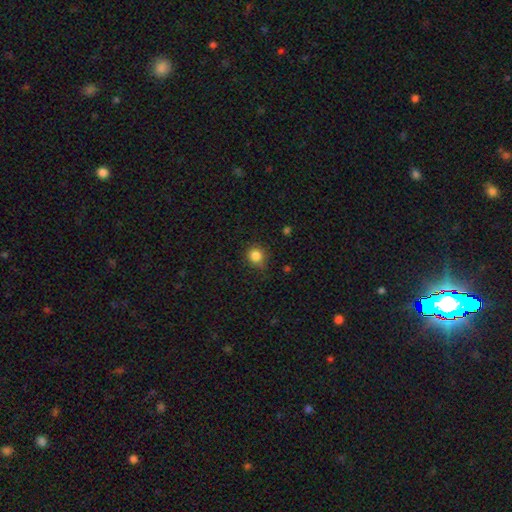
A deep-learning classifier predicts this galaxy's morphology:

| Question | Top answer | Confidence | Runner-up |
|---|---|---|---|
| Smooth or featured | smooth | 84% | star or artifact (11%) |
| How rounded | round | 87% | in between (12%) |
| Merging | none | 76% | minor disturbance (19%) |